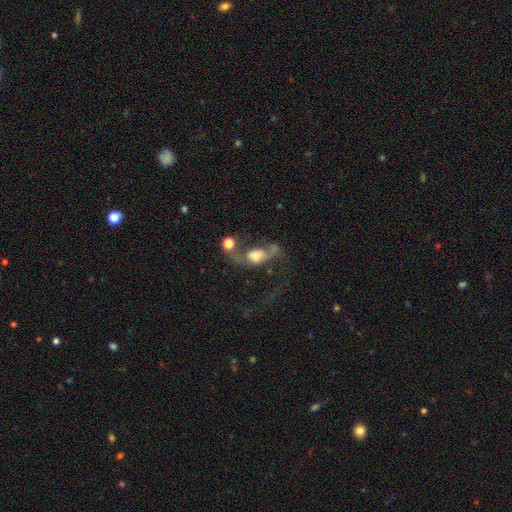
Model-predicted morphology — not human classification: Smooth or featured? featured or disk (47%)
Merging? merger (35%, tied with major disturbance)